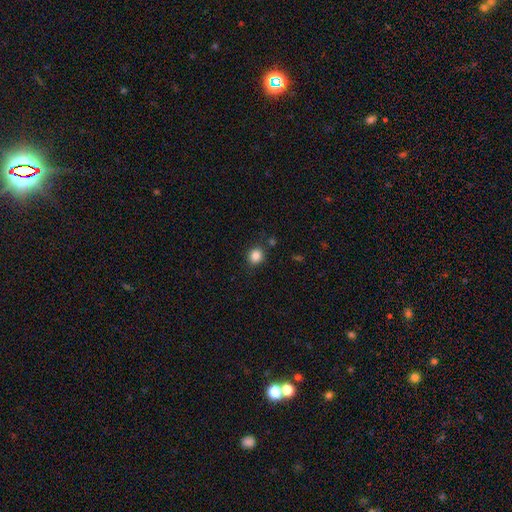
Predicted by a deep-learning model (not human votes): This is clearly a smooth galaxy (85%). How rounded: clearly round (83%). Merging: clearly none (85%).